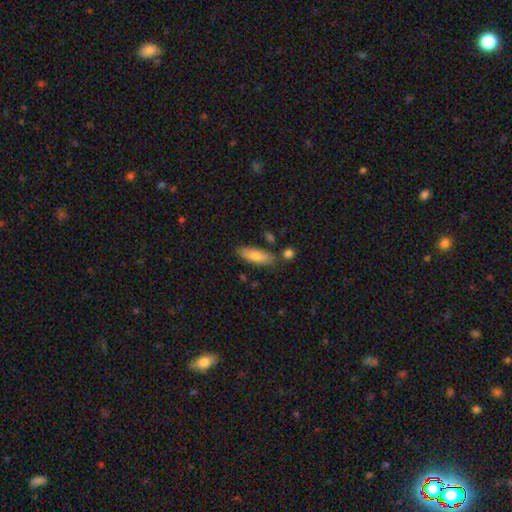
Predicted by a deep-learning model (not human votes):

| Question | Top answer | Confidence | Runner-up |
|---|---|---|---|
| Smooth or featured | smooth | 73% | featured or disk (20%) |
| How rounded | in between | 62% | cigar-shaped (35%) |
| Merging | none | 78% | minor disturbance (13%) |